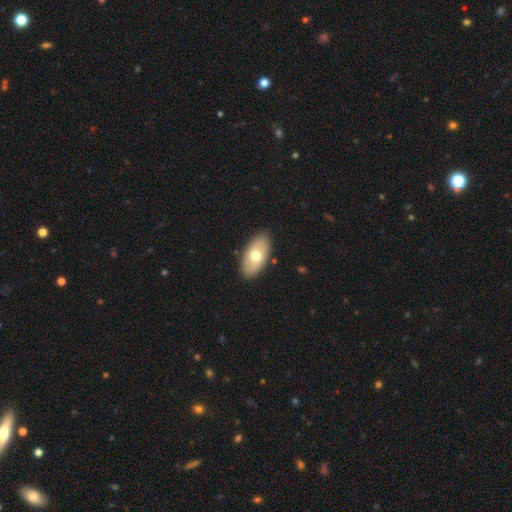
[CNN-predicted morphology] The model was most divided on "smooth or featured": smooth: 66%, featured or disk: 29%, star or artifact: 6%. More confident: how rounded — in between (94%); merging — none (87%).